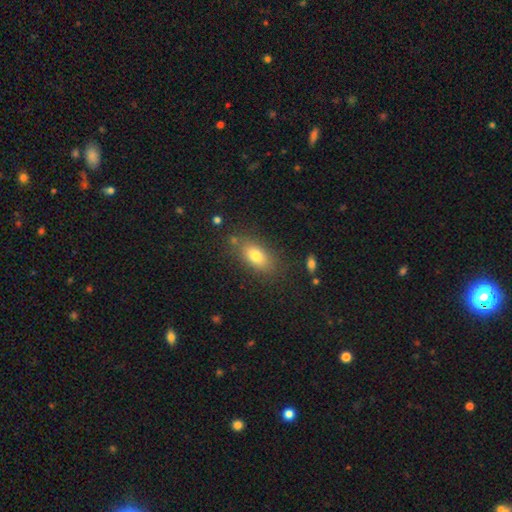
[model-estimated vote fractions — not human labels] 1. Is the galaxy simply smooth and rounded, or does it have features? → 78% smooth, 13% featured or disk, 9% star or artifact.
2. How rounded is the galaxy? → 85% in between, 8% round, 7% cigar-shaped.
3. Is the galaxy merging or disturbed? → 79% none, 13% minor disturbance, 4% major disturbance, 4% merger.